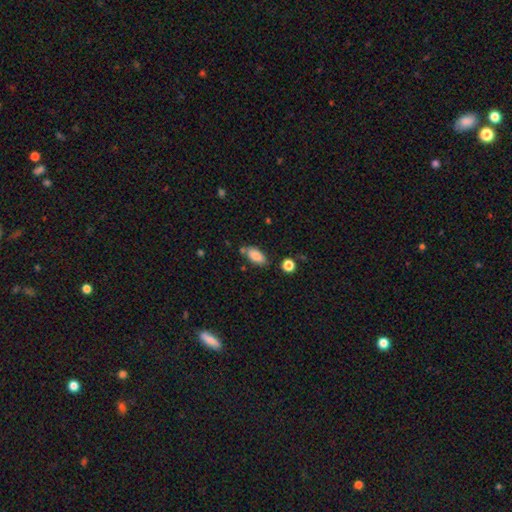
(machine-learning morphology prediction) Smooth or featured: smooth — 85% (featured or disk — 8%)
How rounded: in between — 89% (cigar-shaped — 8%)
Merging: none — 70% (minor disturbance — 17%)